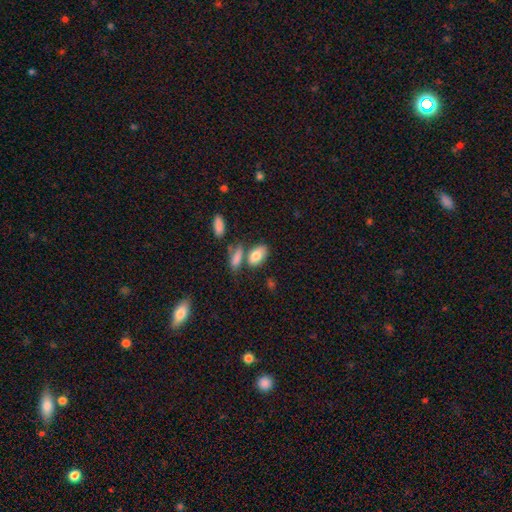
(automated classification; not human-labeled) This appears to be a smooth galaxy with no disk features (81%) that is in between round and cigar-shaped (91%). Merging: none (60%).